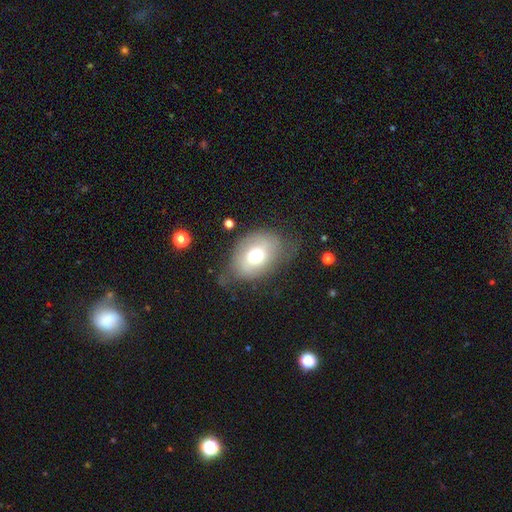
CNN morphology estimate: smooth_or_featured: smooth (p=0.63) [alt: featured or disk p=0.28]
how_rounded: in between (p=0.72) [alt: round p=0.27]
merging: none (p=0.52) [alt: minor disturbance p=0.29]